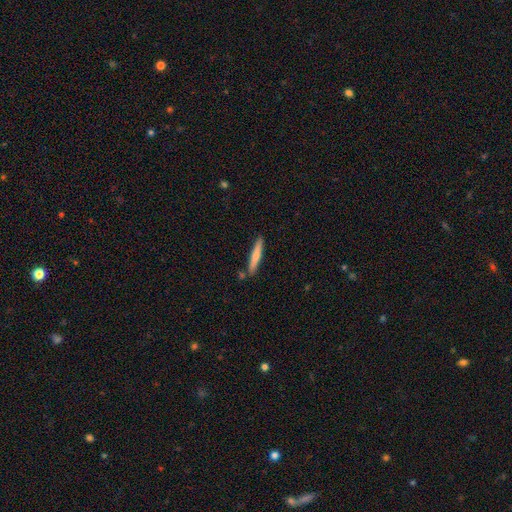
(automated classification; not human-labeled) smooth_or_featured: smooth (p=0.69) [alt: featured or disk p=0.26]
how_rounded: cigar-shaped (p=0.94) [alt: in between p=0.05]
merging: none (p=0.83) [alt: minor disturbance p=0.10]